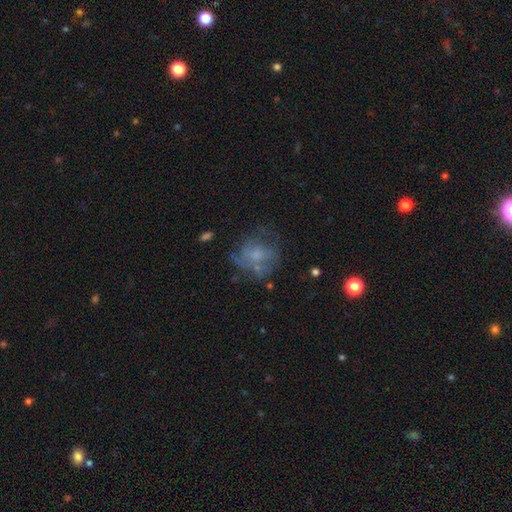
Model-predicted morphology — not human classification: Q: Smooth or featured?
A: featured or disk (45%); runner-up: smooth (42%)
Q: Merging?
A: none (48%); runner-up: major disturbance (25%)